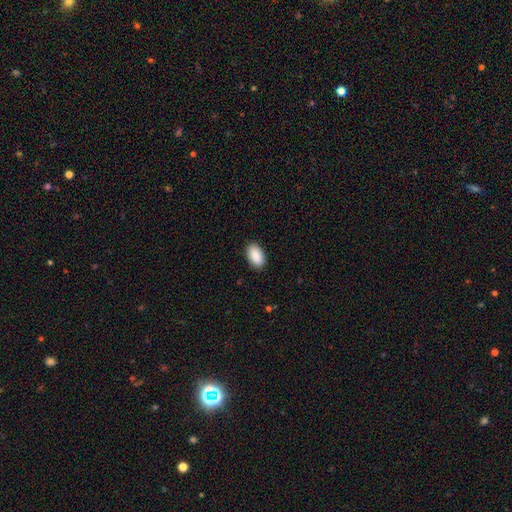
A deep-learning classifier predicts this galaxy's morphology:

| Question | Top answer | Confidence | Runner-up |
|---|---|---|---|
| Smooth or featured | smooth | 91% | star or artifact (6%) |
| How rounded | in between | 95% | round (4%) |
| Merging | none | 90% | minor disturbance (7%) |